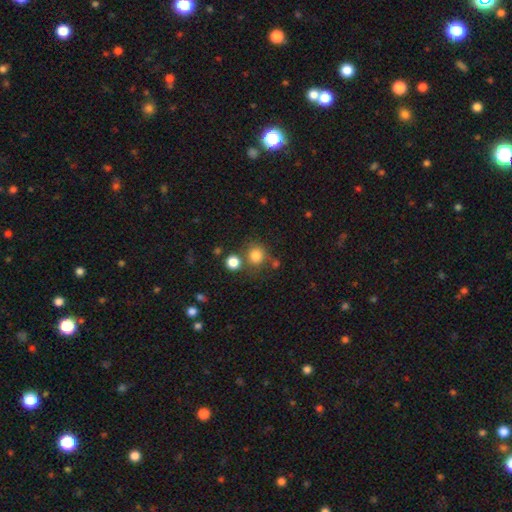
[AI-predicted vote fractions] Smooth or featured?
  - smooth: 81% *
  - star or artifact: 12%
  - featured or disk: 6%
How rounded?
  - round: 87% *
  - in between: 12%
  - cigar-shaped: 1%
Merging?
  - none: 68% *
  - merger: 17%
  - minor disturbance: 11%
  - major disturbance: 5%